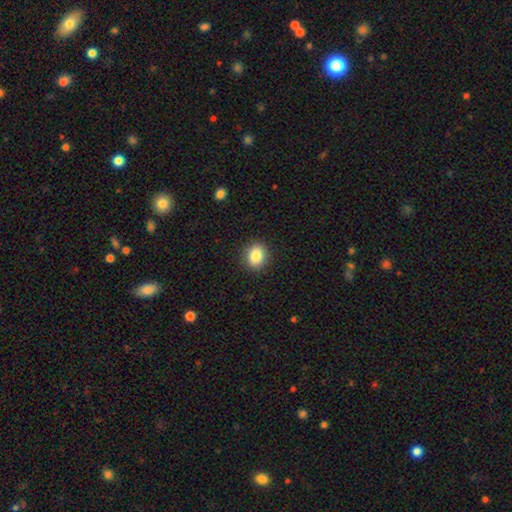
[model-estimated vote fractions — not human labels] Smooth or featured: smooth — 85% (star or artifact — 9%)
How rounded: round — 57% (in between — 42%)
Merging: none — 90% (minor disturbance — 7%)